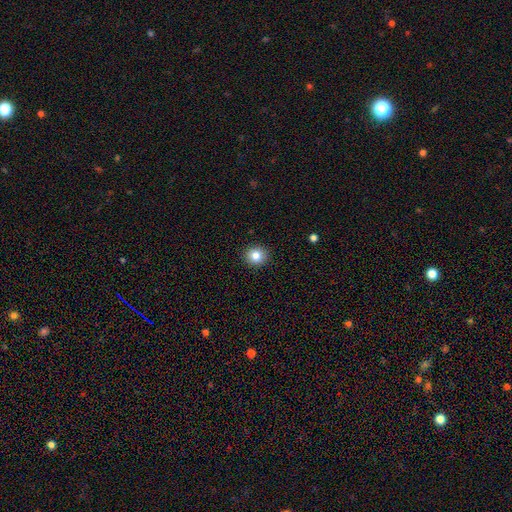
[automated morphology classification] Smooth or featured? smooth (82%)
How rounded? round (88%)
Merging? none (92%)